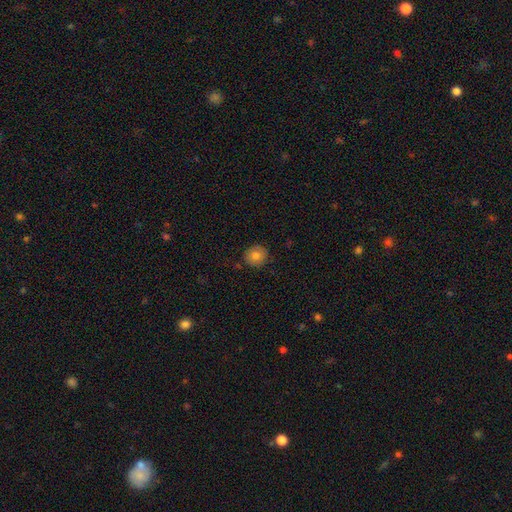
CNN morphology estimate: A smooth galaxy with no disk features (80%) that is round (89%).

Vote fractions:
- Smooth or featured? smooth: 80% / featured or disk: 11% / star or artifact: 9%
- How rounded? round: 89% / in between: 11% / cigar-shaped: 1%
- Merging? none: 86% / minor disturbance: 11% / major disturbance: 2% / merger: 2%